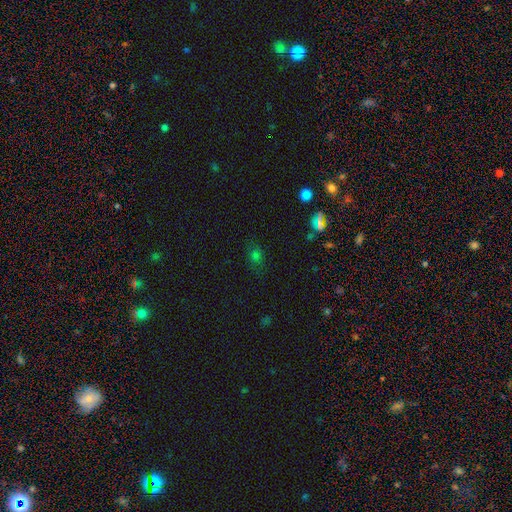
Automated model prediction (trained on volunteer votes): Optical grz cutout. It shows a smooth galaxy with no disk features (64%) that is in between round and cigar-shaped (55%). Merging: none (78%).